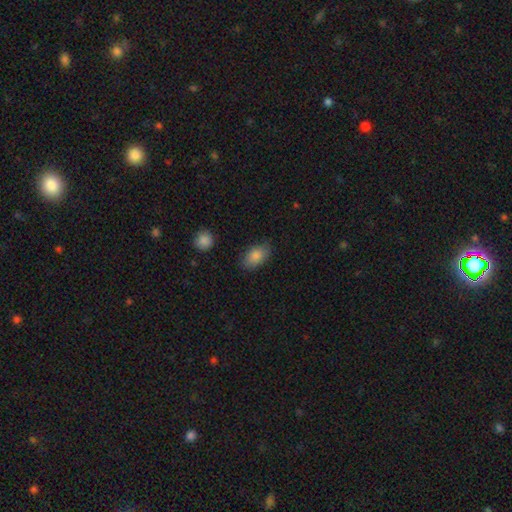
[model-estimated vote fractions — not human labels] The model was most divided on "merging": none: 81%, minor disturbance: 14%, major disturbance: 3%, merger: 2%. More confident: how rounded — in between (90%); smooth or featured — smooth (85%).